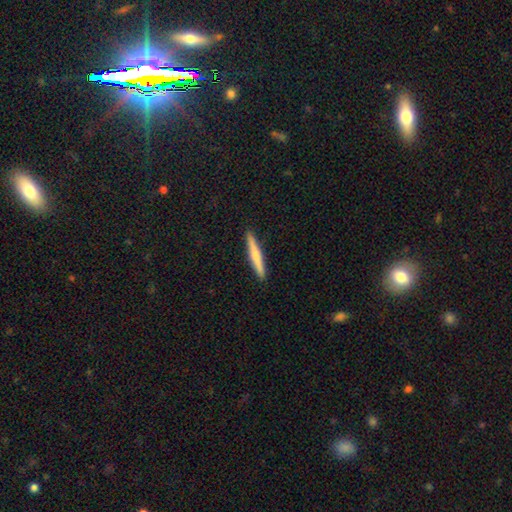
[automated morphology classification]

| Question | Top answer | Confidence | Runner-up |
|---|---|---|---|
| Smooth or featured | smooth | 60% | featured or disk (34%) |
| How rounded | cigar-shaped | 95% | in between (4%) |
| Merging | none | 92% | minor disturbance (5%) |